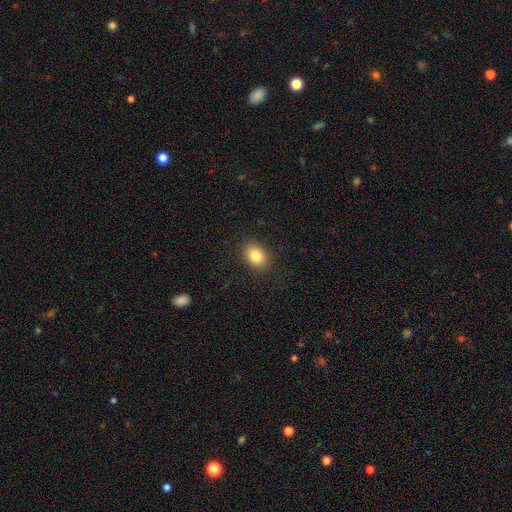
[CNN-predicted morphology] This appears to be a smooth galaxy with no disk features (84%) that is in between round and cigar-shaped (61%). Merging: none (89%).